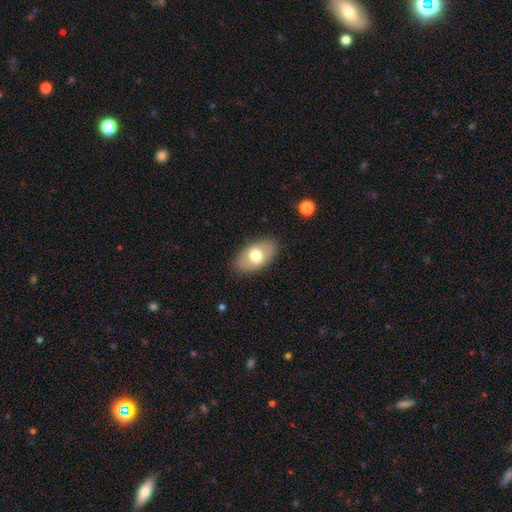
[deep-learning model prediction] A smooth galaxy with no disk features (68%) that is in between round and cigar-shaped (93%). Merging: none (85%).